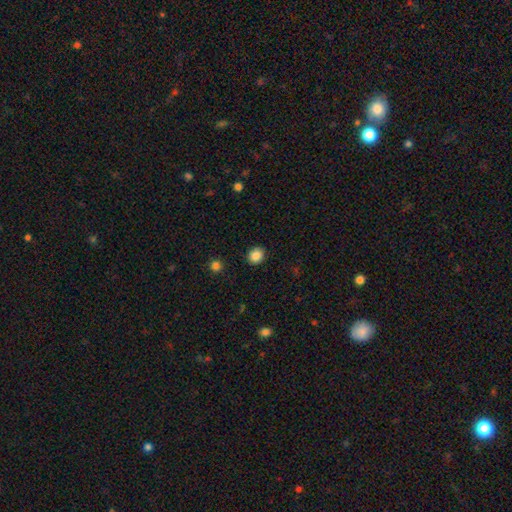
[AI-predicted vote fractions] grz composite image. It shows a smooth galaxy with no disk features (86%) that is round (70%). Merging: none (91%).